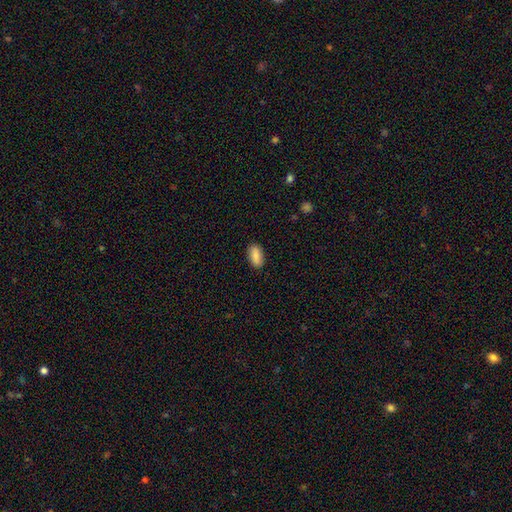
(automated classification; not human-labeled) smooth 86%, featured or disk 7%, star or artifact 7%. Down the decision tree: how rounded — in between (90%); merging — none (89%).